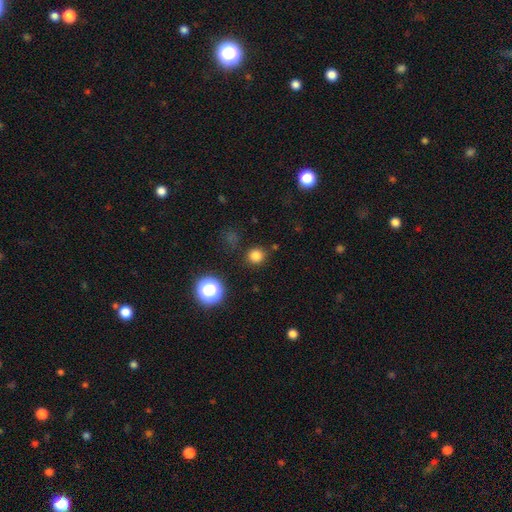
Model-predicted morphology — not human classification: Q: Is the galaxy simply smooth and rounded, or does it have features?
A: smooth — 79%.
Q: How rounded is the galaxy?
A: round — 92%.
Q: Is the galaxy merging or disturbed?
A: none — 87%.